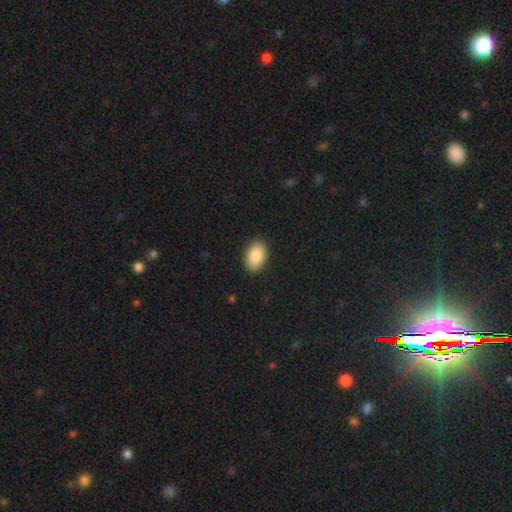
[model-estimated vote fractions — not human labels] A smooth galaxy with no disk features (87%) that is in between round and cigar-shaped (88%).

Vote fractions:
- Smooth or featured? smooth: 87% / star or artifact: 7% / featured or disk: 7%
- How rounded? in between: 88% / round: 11% / cigar-shaped: 1%
- Merging? none: 89% / minor disturbance: 8% / major disturbance: 2% / merger: 1%